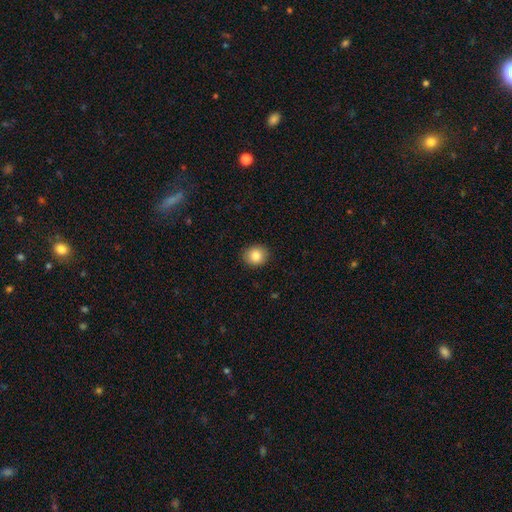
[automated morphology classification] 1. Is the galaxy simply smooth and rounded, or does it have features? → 85% smooth, 9% star or artifact, 6% featured or disk.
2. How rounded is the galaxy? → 75% round, 24% in between, 1% cigar-shaped.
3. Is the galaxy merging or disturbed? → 90% none, 7% minor disturbance, 2% major disturbance, 1% merger.